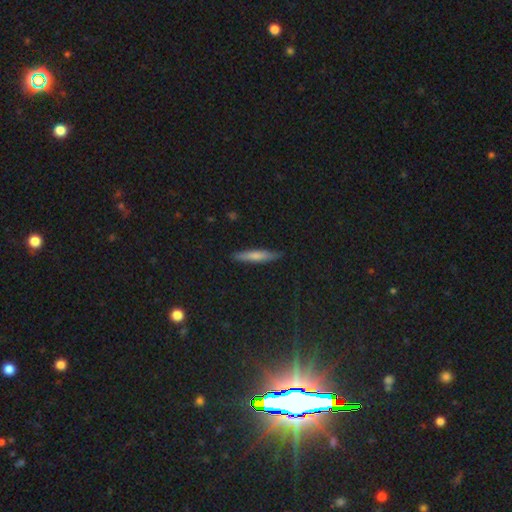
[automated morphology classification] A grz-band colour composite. It shows a smooth galaxy with no disk features (69%) that is cigar-shaped (90%). Merging: none (88%).